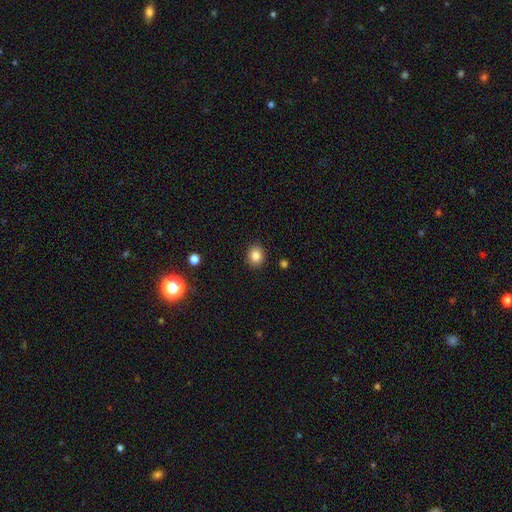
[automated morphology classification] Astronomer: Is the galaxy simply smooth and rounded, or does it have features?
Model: smooth — 84%.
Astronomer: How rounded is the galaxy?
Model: round — 68%.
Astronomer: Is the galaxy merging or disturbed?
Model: none — 89%.